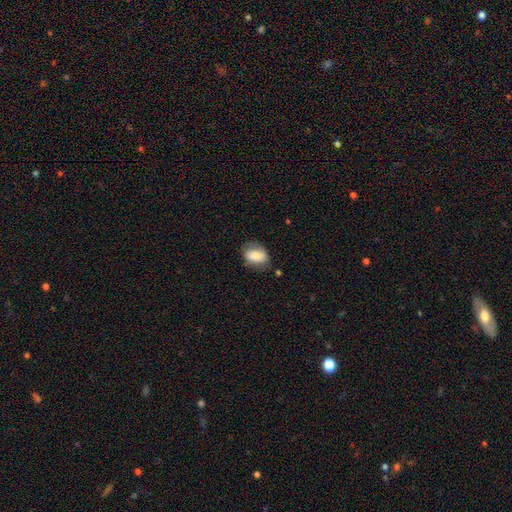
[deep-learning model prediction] A smooth galaxy with no disk features (73%) that is in between round and cigar-shaped (81%).

Vote fractions:
- Smooth or featured? smooth: 73% / featured or disk: 20% / star or artifact: 7%
- How rounded? in between: 81% / round: 17% / cigar-shaped: 2%
- Merging? none: 65% / minor disturbance: 24% / major disturbance: 8% / merger: 2%